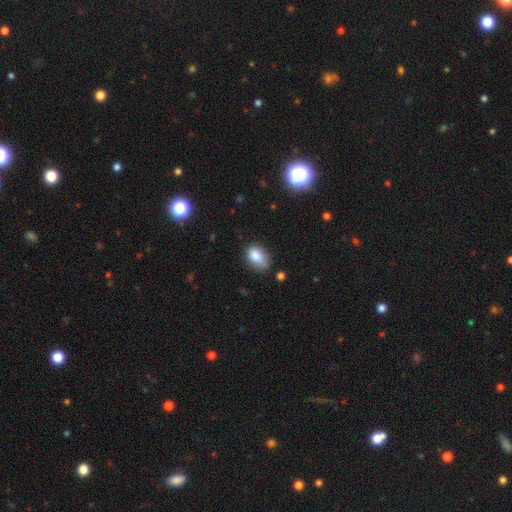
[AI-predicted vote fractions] Smooth or featured? Predicted: smooth (p=0.84). How rounded? Predicted: in between (p=0.88). Merging? Predicted: none (p=0.67).